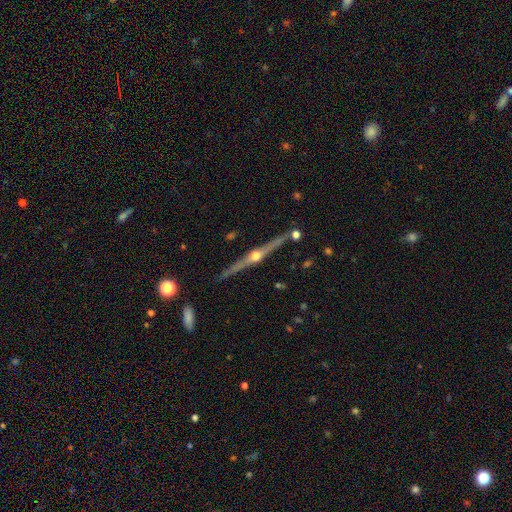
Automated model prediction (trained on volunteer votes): Smooth or featured: featured or disk — 85% (smooth — 8%)
Edge-on disk: yes — 98% (no — 2%)
Edge-on bulge: rounded — 96% (none — 2%)
Merging: none — 86% (minor disturbance — 9%)